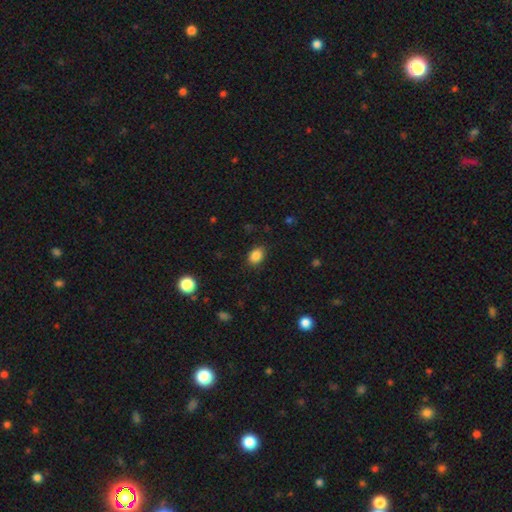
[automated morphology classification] This appears to be a smooth galaxy with no disk features (86%) that is in between round and cigar-shaped (75%). Merging: none (86%).